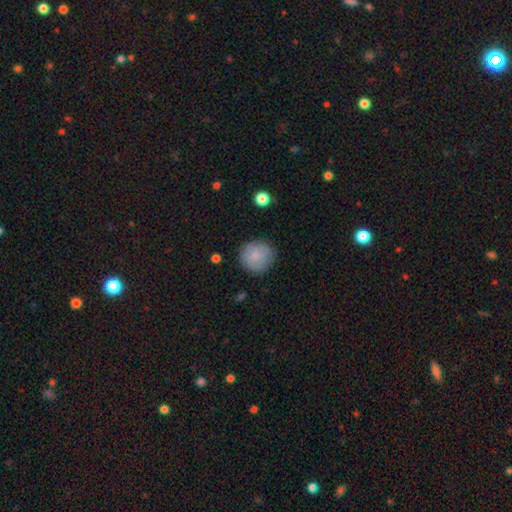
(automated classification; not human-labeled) Smooth or featured: smooth — 83% (featured or disk — 10%)
How rounded: round — 91% (in between — 8%)
Merging: none — 83% (minor disturbance — 13%)